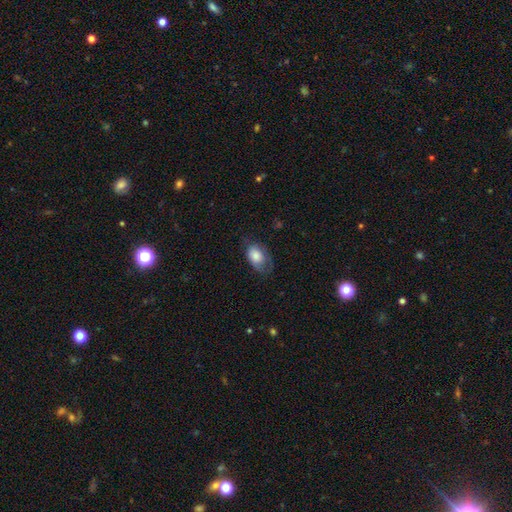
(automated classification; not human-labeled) Smooth or featured: smooth — 79% (featured or disk — 14%)
How rounded: in between — 86% (round — 13%)
Merging: none — 50% (minor disturbance — 32%)